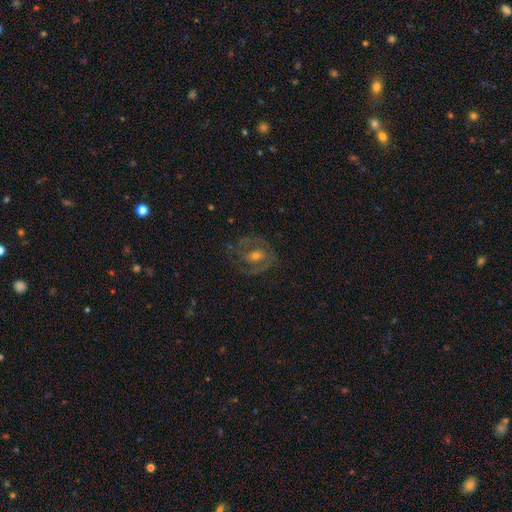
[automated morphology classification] Smooth or featured?
  - featured or disk: 78% *
  - smooth: 13%
  - star or artifact: 9%
Edge-on disk?
  - no: 97% *
  - yes: 3%
Bar?
  - no: 46% *
  - weak: 39%
  - strong: 15%
Spiral arms?
  - yes: 86% *
  - no: 14%
Spiral winding?
  - tight: 49% *
  - medium: 41%
  - loose: 11%
Spiral arm count?
  - 2: 63% *
  - can't tell: 19%
  - 3: 8%
  - 1: 6%
  - 4: 3%
  - more than 4: 2%
Bulge size?
  - small: 47% * (tied)
  - moderate: 47% * (tied)
  - large: 3%
  - none: 2%
  - dominant: 1%
Merging?
  - none: 74% *
  - minor disturbance: 15%
  - major disturbance: 10%
  - merger: 1%